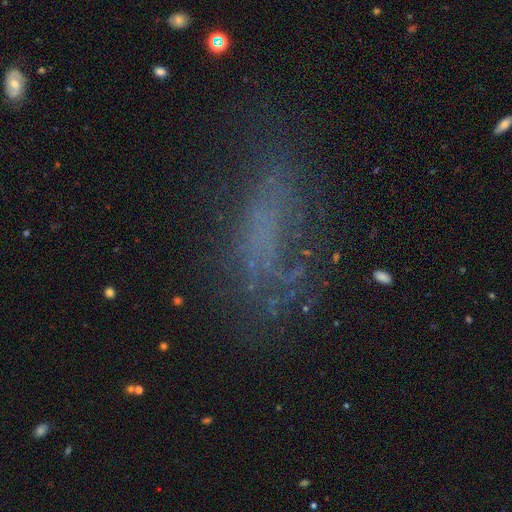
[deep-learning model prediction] Q: Smooth or featured?
A: featured or disk (41%); runner-up: smooth (36%)
Q: Merging?
A: none (50%); runner-up: major disturbance (26%)